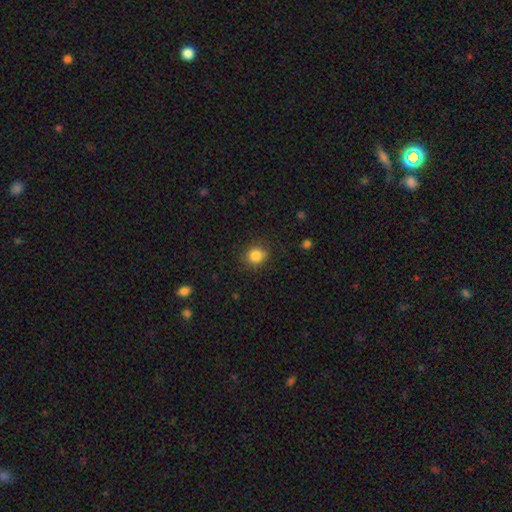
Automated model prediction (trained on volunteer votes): This appears to be a smooth galaxy with no disk features (84%) that is round (84%). Merging: none (83%).